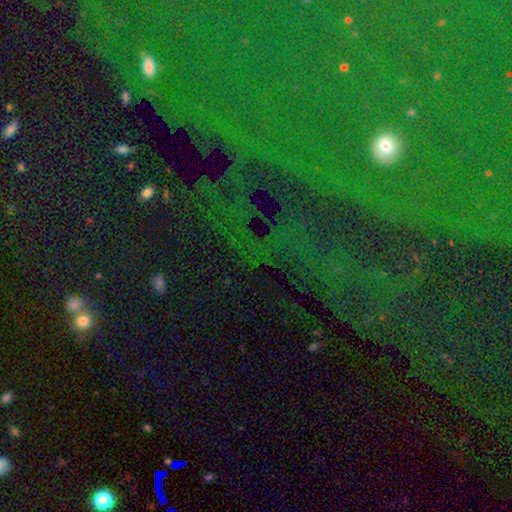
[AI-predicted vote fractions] smooth-or-featured: star or artifact: 74% | smooth: 13% | featured or disk: 12%